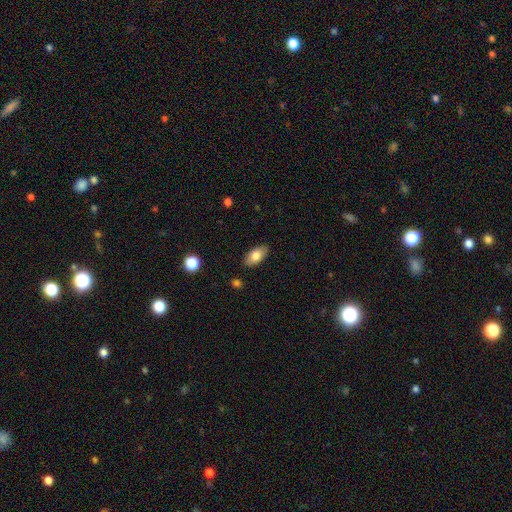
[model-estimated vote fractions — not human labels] Smooth or featured? smooth (80%)
How rounded? in between (92%)
Merging? none (87%)